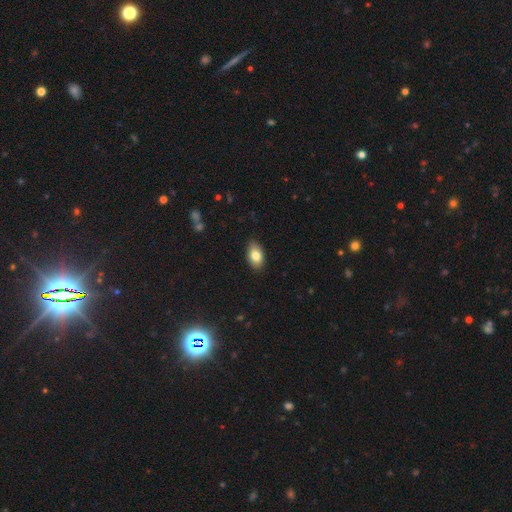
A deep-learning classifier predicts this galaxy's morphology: This appears to be a smooth galaxy with no disk features (81%) that is in between round and cigar-shaped (90%). Merging: none (85%).